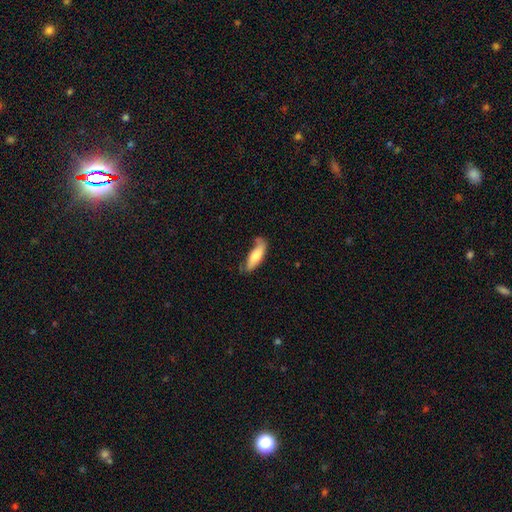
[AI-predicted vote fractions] Smooth or featured? smooth (73%)
How rounded? in between (55%)
Merging? none (55%)